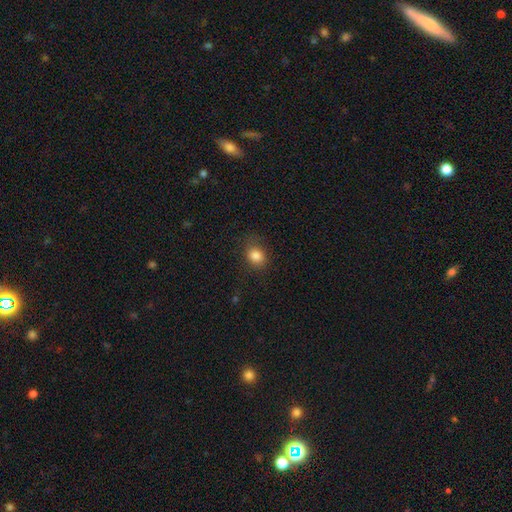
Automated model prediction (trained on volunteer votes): The model was most divided on "how rounded": round: 55%, in between: 44%, cigar-shaped: 1%. More confident: smooth or featured — smooth (83%); merging — none (78%).